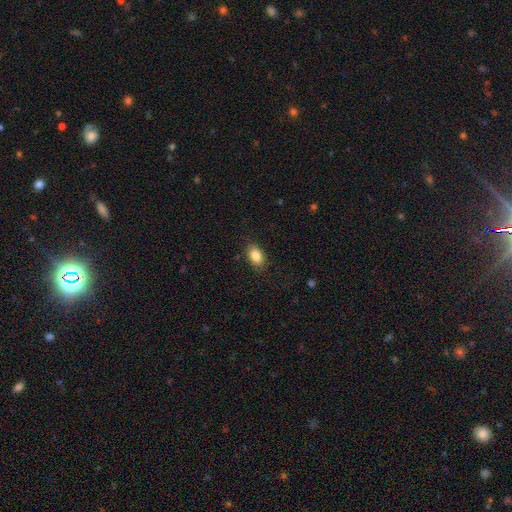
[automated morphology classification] Q: Smooth or featured?
A: smooth (85%); runner-up: star or artifact (8%)
Q: How rounded?
A: in between (88%); runner-up: round (10%)
Q: Merging?
A: none (86%); runner-up: minor disturbance (10%)